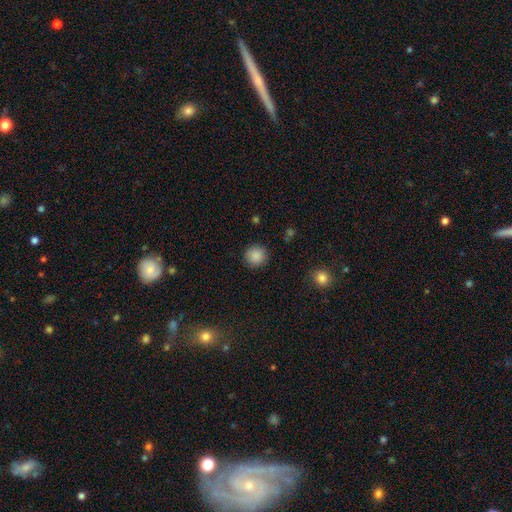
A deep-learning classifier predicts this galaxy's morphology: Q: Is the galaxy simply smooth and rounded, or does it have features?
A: smooth — 88%.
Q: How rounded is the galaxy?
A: round — 94%.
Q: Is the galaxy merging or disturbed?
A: none — 90%.